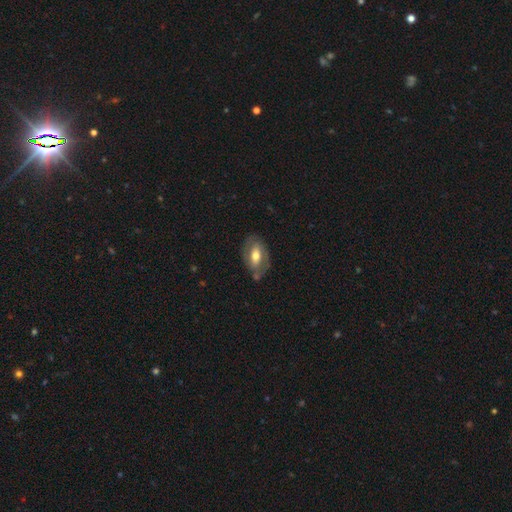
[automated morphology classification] Smooth or featured? Predicted: featured or disk (p=0.48). Merging? Predicted: none (p=0.68).